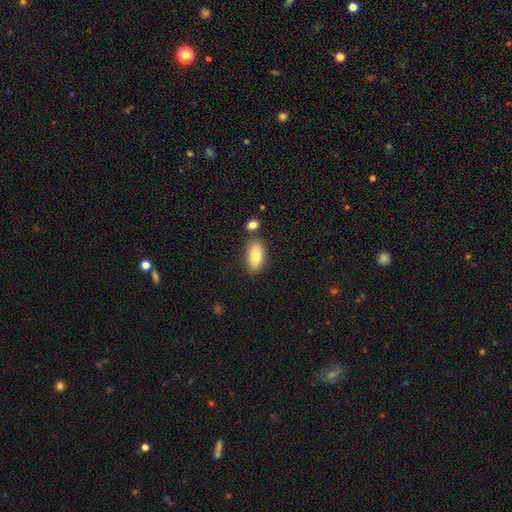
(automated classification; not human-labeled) smooth-or-featured: smooth: 81% | featured or disk: 13% | star or artifact: 7%
  how-rounded: in between: 91% | cigar-shaped: 5% | round: 4%
  merging: none: 73% | minor disturbance: 12% | merger: 12% | major disturbance: 3%